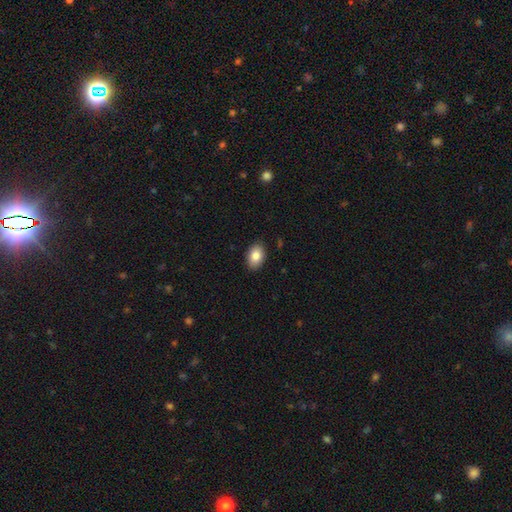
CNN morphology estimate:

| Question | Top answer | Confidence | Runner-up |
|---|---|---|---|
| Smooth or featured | smooth | 85% | featured or disk (7%) |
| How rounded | in between | 85% | round (14%) |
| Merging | none | 88% | minor disturbance (9%) |